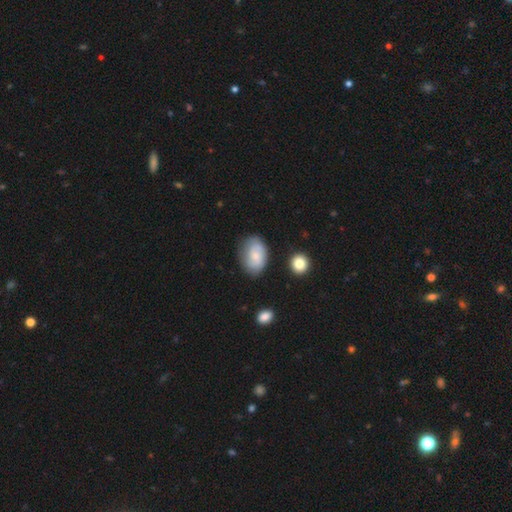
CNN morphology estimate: A smooth galaxy with no disk features (60%) that is in between round and cigar-shaped (83%). Merging: none (71%).